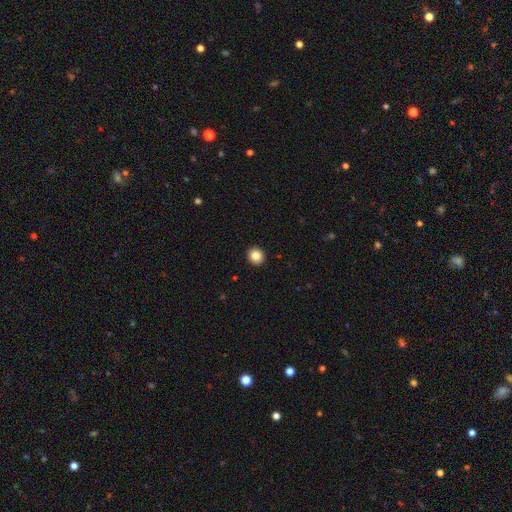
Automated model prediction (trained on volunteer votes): Smooth or featured? Predicted: smooth (p=0.84). How rounded? Predicted: round (p=0.89). Merging? Predicted: none (p=0.93).